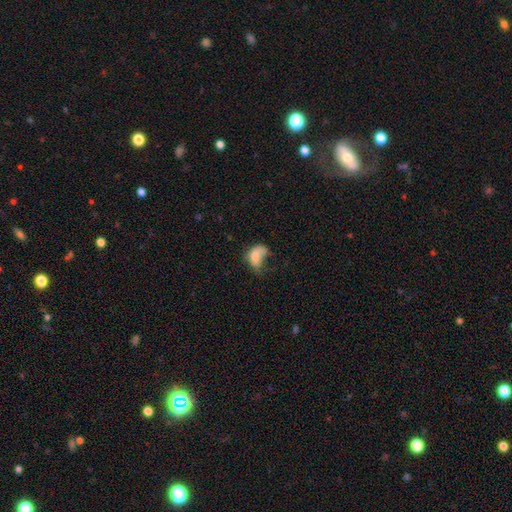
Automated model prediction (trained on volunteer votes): Morphology: type=smooth (67%); roundness=in between (83%); merging=major disturbance (43%).